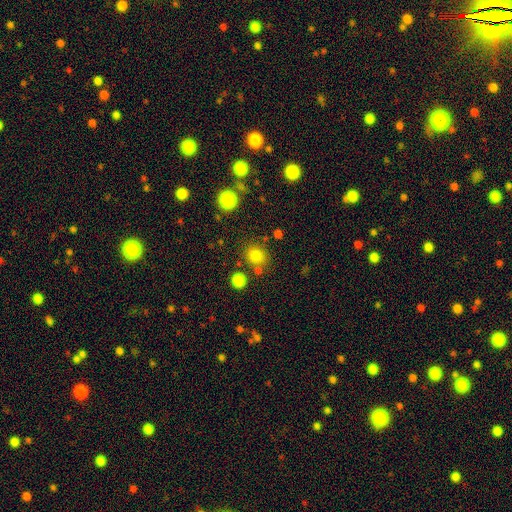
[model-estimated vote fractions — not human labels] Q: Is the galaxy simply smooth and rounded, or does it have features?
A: smooth — 79%.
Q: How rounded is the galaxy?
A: round — 79%.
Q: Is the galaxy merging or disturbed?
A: none — 77%.